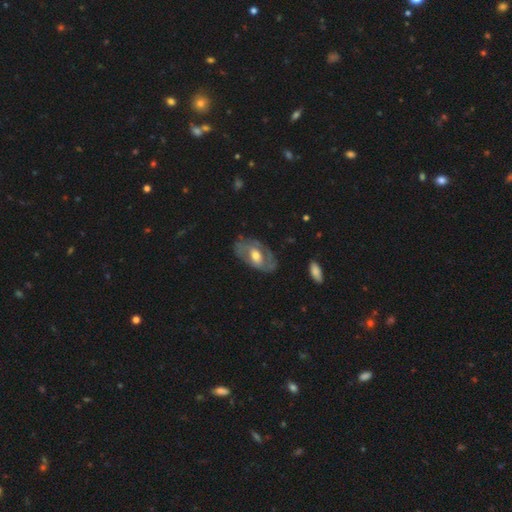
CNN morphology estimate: This is likely a featured or disk galaxy (68%). It is clearly not viewed edge-on (93%). Bar: possibly no (48%). Spiral arm pattern: likely yes (67%). Central bulge: likely moderate (67%). Merging: likely none (68%).